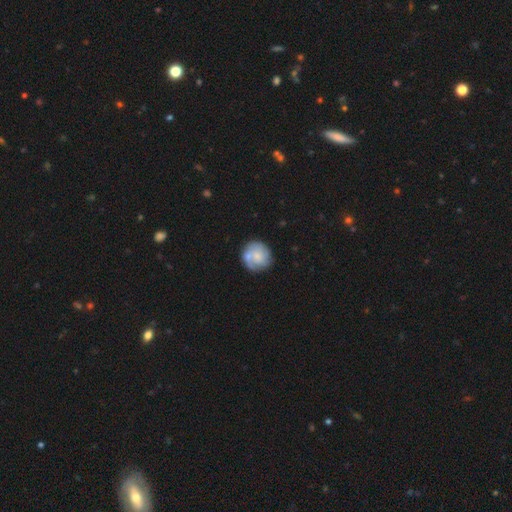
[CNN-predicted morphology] The model was most divided on "smooth or featured": smooth: 48%, featured or disk: 46%, star or artifact: 6%. More confident: merging — none (64%).